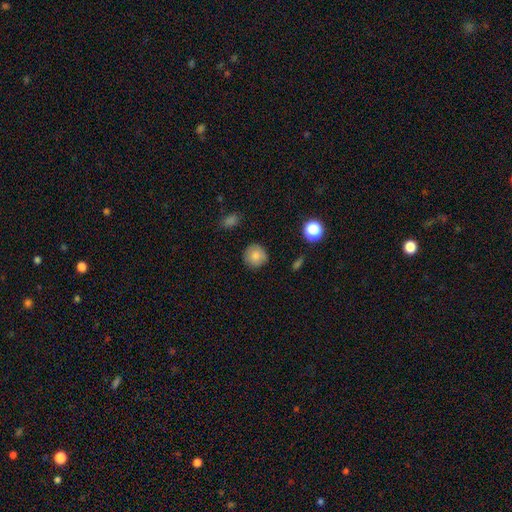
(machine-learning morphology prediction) Smooth or featured? smooth (83%)
How rounded? round (93%)
Merging? none (88%)